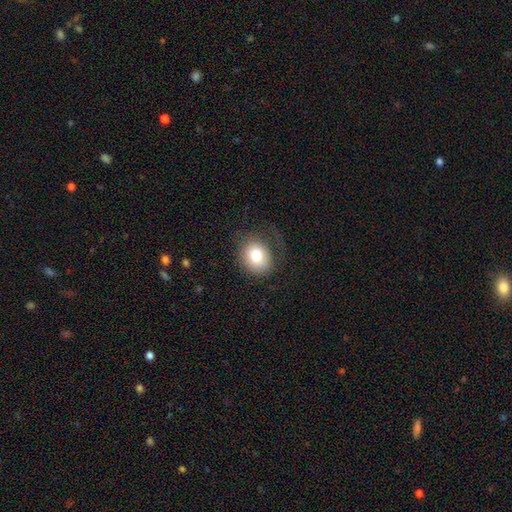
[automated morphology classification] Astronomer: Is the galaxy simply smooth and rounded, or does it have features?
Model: smooth — 76%.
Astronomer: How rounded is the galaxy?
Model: round — 67%.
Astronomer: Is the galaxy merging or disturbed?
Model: none — 67%.